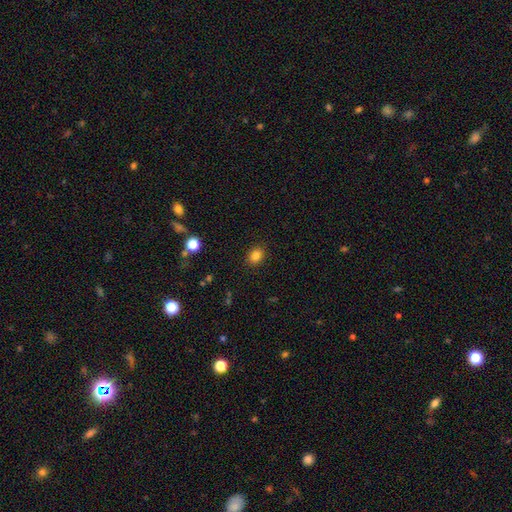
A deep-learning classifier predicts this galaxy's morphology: Smooth or featured?
  - smooth: 84% *
  - star or artifact: 11%
  - featured or disk: 5%
How rounded?
  - in between: 53% *
  - round: 46%
  - cigar-shaped: 1%
Merging?
  - none: 88% *
  - minor disturbance: 8%
  - major disturbance: 2%
  - merger: 1%